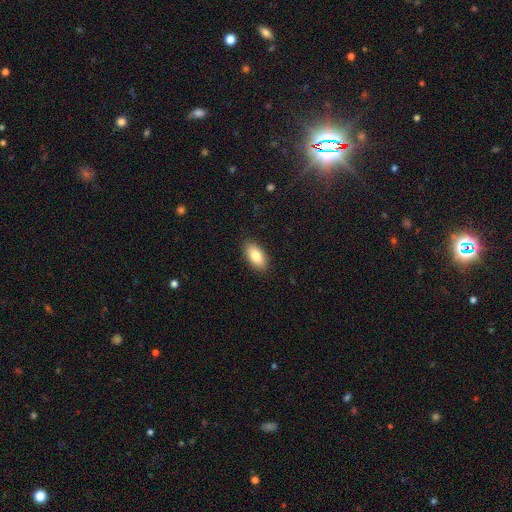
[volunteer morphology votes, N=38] This is clearly a smooth galaxy (87%). How rounded: clearly in between (94%). Merging: clearly none (89%).